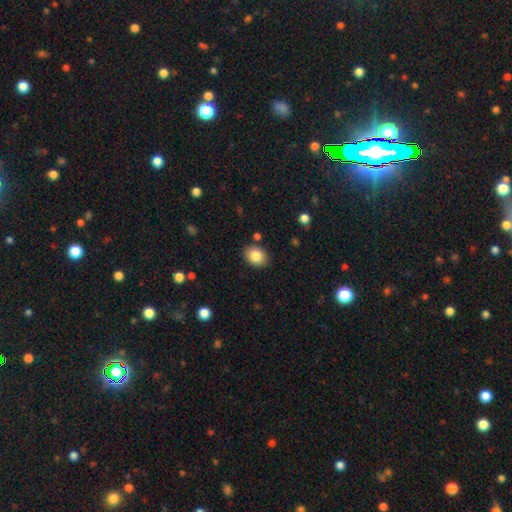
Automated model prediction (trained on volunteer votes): Smooth or featured?
  - smooth: 84% *
  - star or artifact: 8%
  - featured or disk: 7%
How rounded?
  - in between: 62% *
  - round: 37%
  - cigar-shaped: 1%
Merging?
  - none: 86% *
  - minor disturbance: 9%
  - merger: 2%
  - major disturbance: 2%